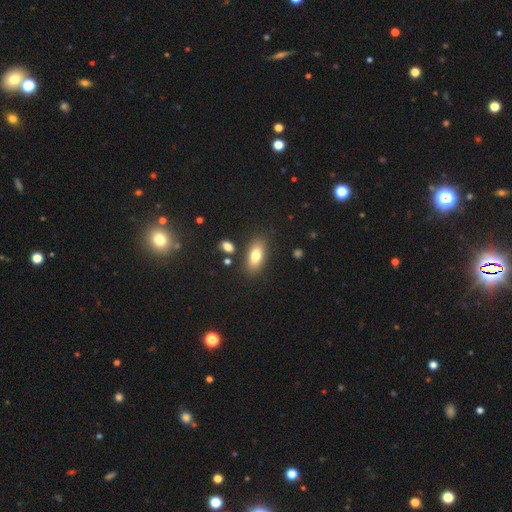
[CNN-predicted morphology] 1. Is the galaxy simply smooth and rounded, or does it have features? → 78% smooth, 14% featured or disk, 8% star or artifact.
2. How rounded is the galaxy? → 86% in between, 9% cigar-shaped, 5% round.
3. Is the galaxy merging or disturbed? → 84% none, 10% minor disturbance, 4% merger, 3% major disturbance.